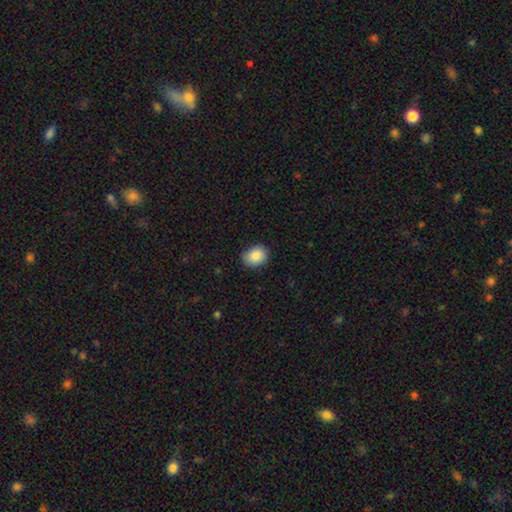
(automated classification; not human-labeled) A smooth galaxy with no disk features (88%) that is in between round and cigar-shaped (55%). Merging: none (82%).